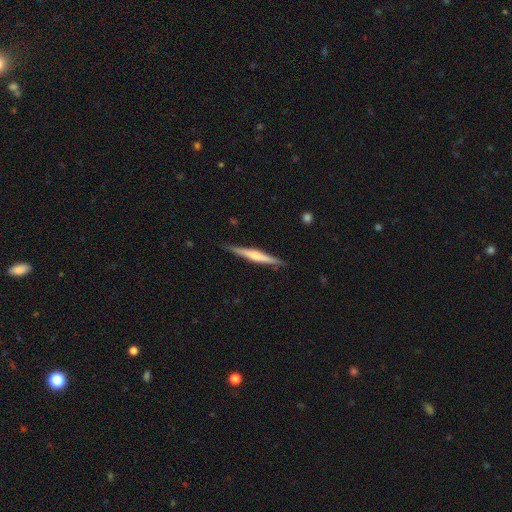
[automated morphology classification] Overall: featured or disk (62%; smooth 33%). Edge-on disk: yes (98%). Edge-on bulge: rounded (70%). Merging: none (88%).